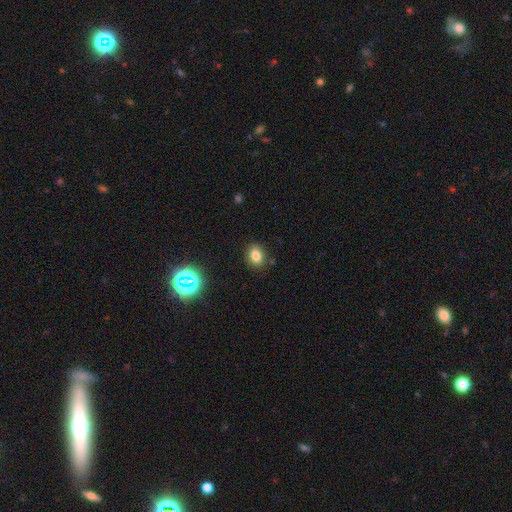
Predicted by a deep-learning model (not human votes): smooth-or-featured: smooth: 79% | star or artifact: 14% | featured or disk: 7%
  how-rounded: in between: 66% | round: 33% | cigar-shaped: 1%
  merging: none: 85% | minor disturbance: 10% | major disturbance: 3% | merger: 2%